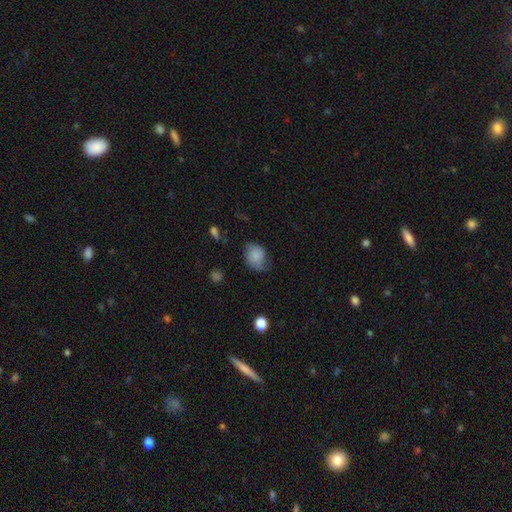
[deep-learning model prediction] This is likely a smooth galaxy (79%). How rounded: possibly round (50%). Merging: possibly none (50%).